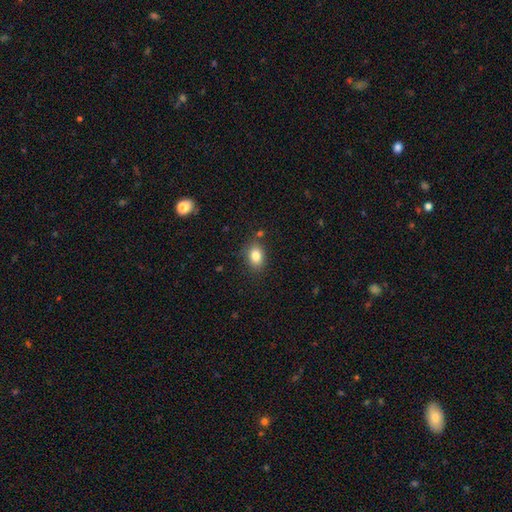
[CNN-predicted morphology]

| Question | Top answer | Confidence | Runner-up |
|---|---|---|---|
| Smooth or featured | smooth | 83% | star or artifact (10%) |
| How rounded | in between | 71% | round (28%) |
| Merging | none | 79% | minor disturbance (13%) |